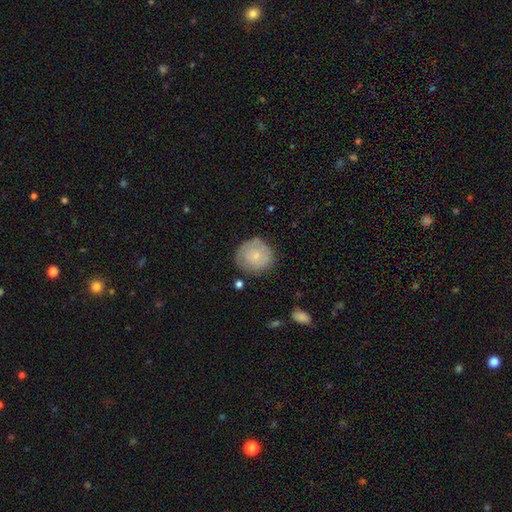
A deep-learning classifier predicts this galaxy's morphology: The model was most divided on "smooth or featured": smooth: 63%, featured or disk: 30%, star or artifact: 7%. More confident: how rounded — round (89%); merging — none (71%).